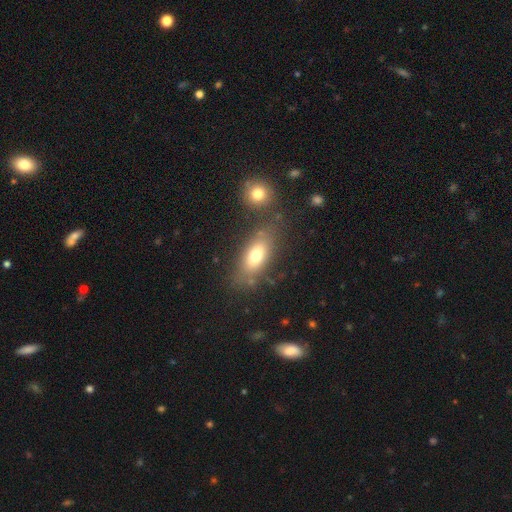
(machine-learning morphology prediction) Q: Smooth or featured?
A: smooth (72%); runner-up: featured or disk (18%)
Q: How rounded?
A: in between (81%); runner-up: cigar-shaped (11%)
Q: Merging?
A: none (67%); runner-up: minor disturbance (14%)